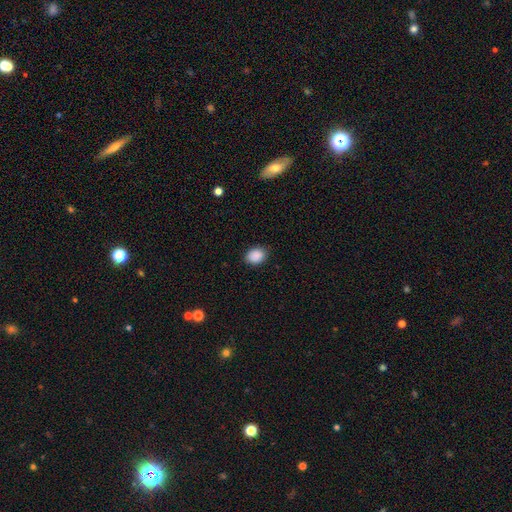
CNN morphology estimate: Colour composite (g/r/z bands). It shows a smooth galaxy with no disk features (90%) that is in between round and cigar-shaped (66%). Merging: none (87%).